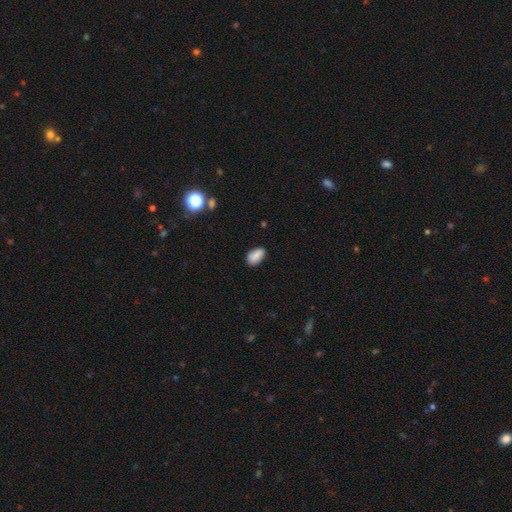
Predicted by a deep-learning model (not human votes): smooth_or_featured: smooth (p=0.84) [alt: star or artifact p=0.08]
how_rounded: in between (p=0.92) [alt: round p=0.06]
merging: none (p=0.79) [alt: minor disturbance p=0.17]